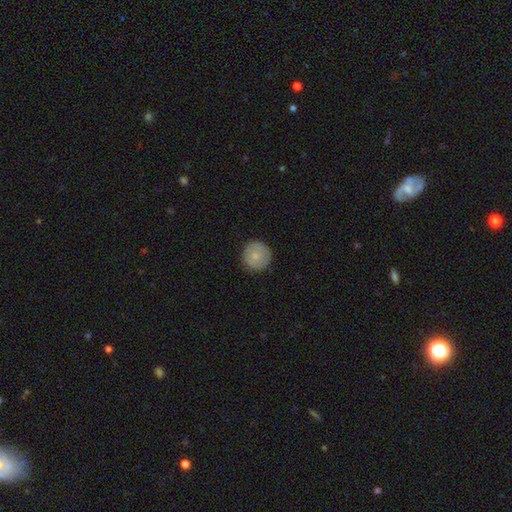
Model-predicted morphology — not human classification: Overall: smooth (75%). How rounded: round (95%). Merging: none (89%).